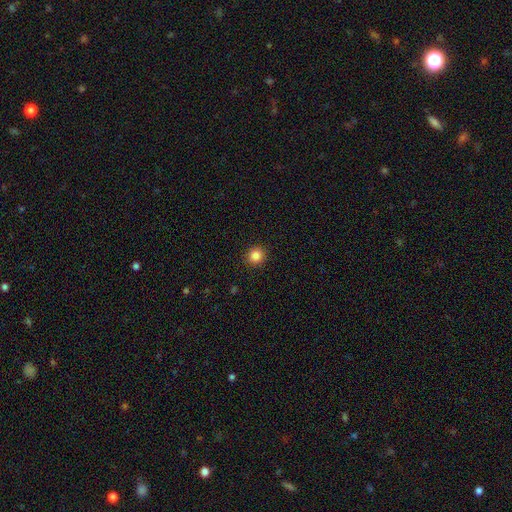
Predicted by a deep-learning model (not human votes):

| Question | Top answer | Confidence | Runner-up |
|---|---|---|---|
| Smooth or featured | smooth | 85% | star or artifact (11%) |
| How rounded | round | 91% | in between (8%) |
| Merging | none | 92% | minor disturbance (6%) |